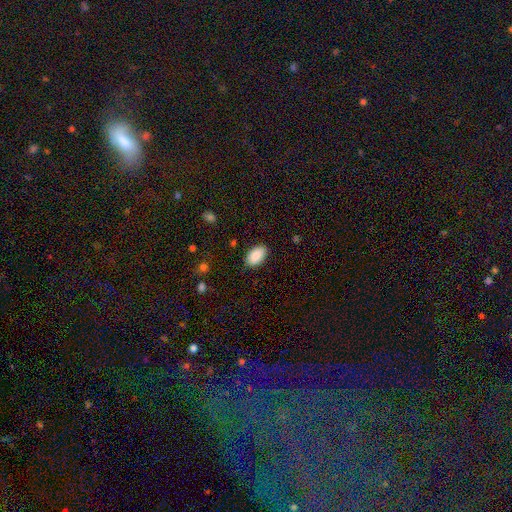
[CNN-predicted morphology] Q: Smooth or featured?
A: smooth (90%); runner-up: star or artifact (7%)
Q: How rounded?
A: in between (93%); runner-up: round (5%)
Q: Merging?
A: none (86%); runner-up: minor disturbance (11%)